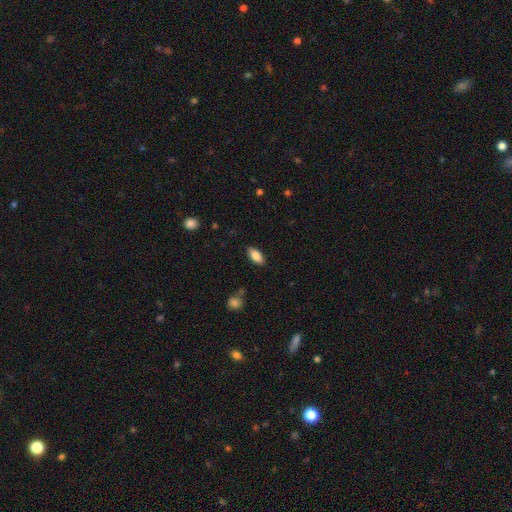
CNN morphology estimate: Smooth or featured: smooth — 82% (featured or disk — 11%)
How rounded: in between — 88% (cigar-shaped — 9%)
Merging: none — 85% (minor disturbance — 11%)